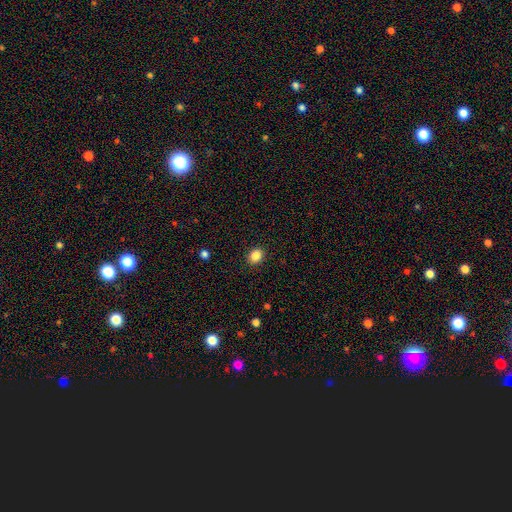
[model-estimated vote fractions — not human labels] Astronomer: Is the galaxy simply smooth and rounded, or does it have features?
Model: smooth — 86%.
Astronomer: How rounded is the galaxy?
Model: round — 53% (runner-up: in between, 46%).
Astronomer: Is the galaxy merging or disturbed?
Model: none — 91%.